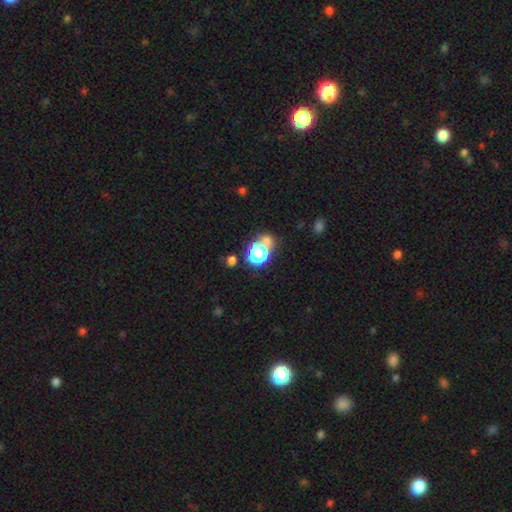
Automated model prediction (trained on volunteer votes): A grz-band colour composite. It shows a smooth galaxy with no disk features (47%). Merging: none (63%).